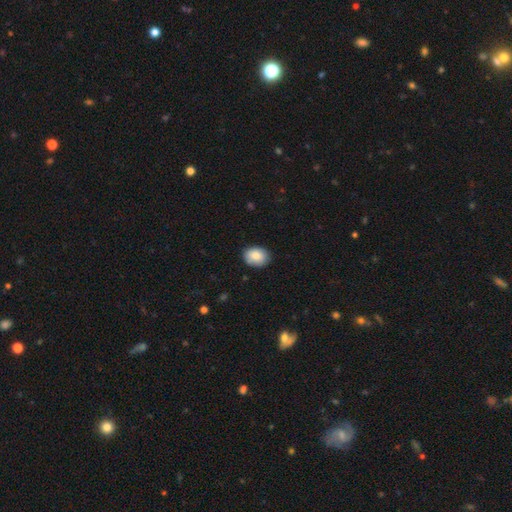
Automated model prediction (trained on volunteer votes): smooth_or_featured: smooth (p=0.86) [alt: star or artifact p=0.07]
how_rounded: in between (p=0.63) [alt: round p=0.36]
merging: none (p=0.85) [alt: minor disturbance p=0.11]